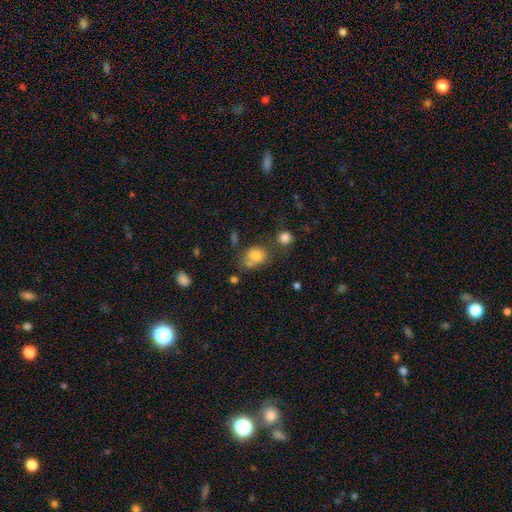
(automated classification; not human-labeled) Q: Smooth or featured?
A: smooth (77%); runner-up: star or artifact (12%)
Q: How rounded?
A: round (59%); runner-up: in between (40%)
Q: Merging?
A: none (47%); runner-up: merger (25%)